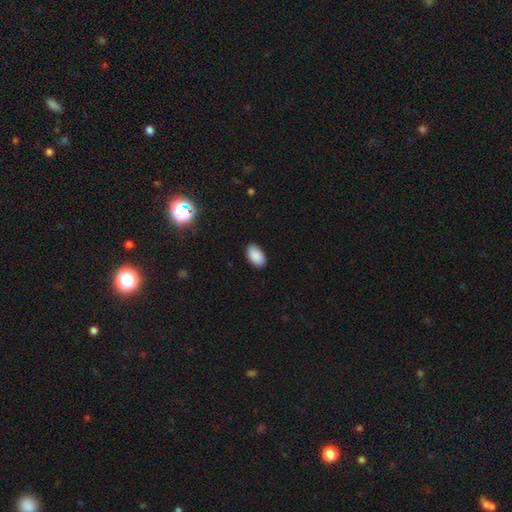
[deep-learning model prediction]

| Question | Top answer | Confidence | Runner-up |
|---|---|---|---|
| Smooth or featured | smooth | 90% | star or artifact (7%) |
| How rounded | in between | 95% | round (4%) |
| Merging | none | 88% | minor disturbance (9%) |